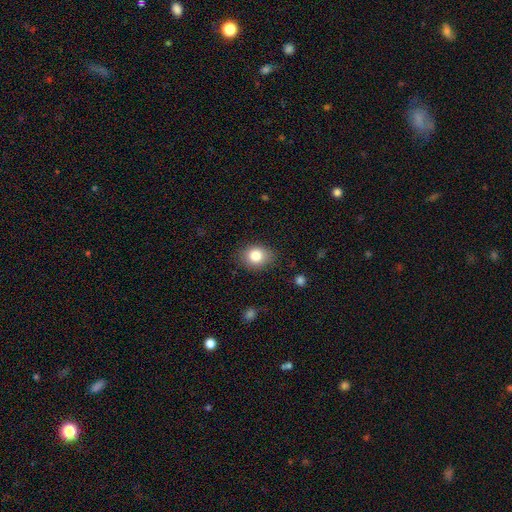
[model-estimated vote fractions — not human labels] This is clearly a smooth galaxy (83%). How rounded: possibly round (52%). Merging: clearly none (82%).